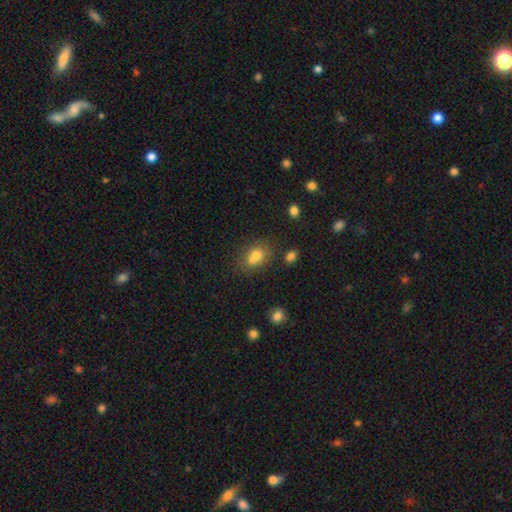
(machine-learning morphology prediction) This appears to be a smooth galaxy with no disk features (75%) that is in between round and cigar-shaped (68%). Merging: none (59%).